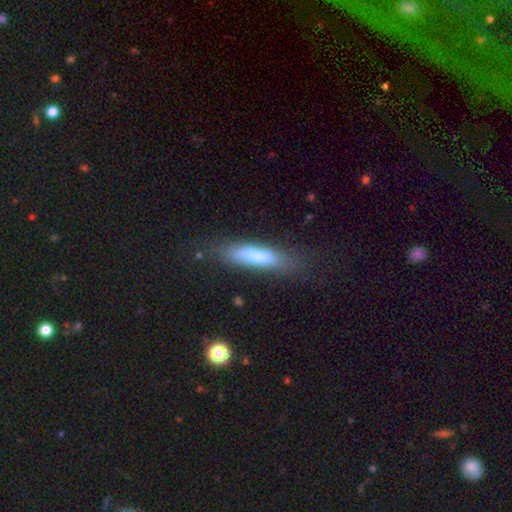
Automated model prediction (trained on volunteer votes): Smooth or featured? smooth (64%)
How rounded? cigar-shaped (74%)
Merging? none (62%)